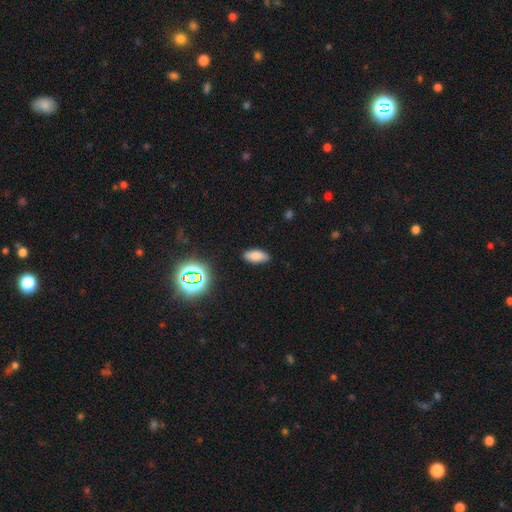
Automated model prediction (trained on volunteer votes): smooth-or-featured: smooth: 79% | star or artifact: 13% | featured or disk: 7%
  how-rounded: in between: 86% | cigar-shaped: 11% | round: 3%
  merging: none: 87% | minor disturbance: 10% | major disturbance: 2% | merger: 1%